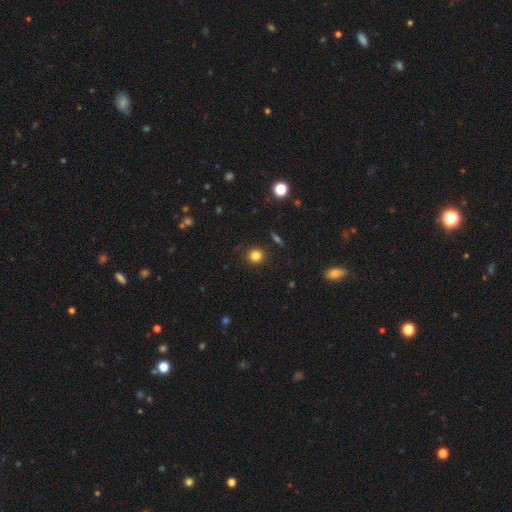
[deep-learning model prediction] Smooth or featured: smooth — 82% (star or artifact — 13%)
How rounded: round — 90% (in between — 9%)
Merging: none — 89% (minor disturbance — 7%)